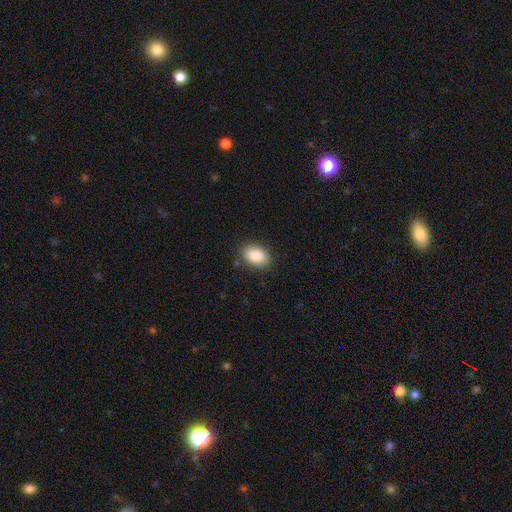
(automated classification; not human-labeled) smooth 89%, star or artifact 7%, featured or disk 4%. Down the decision tree: how rounded — in between (89%); merging — none (86%).